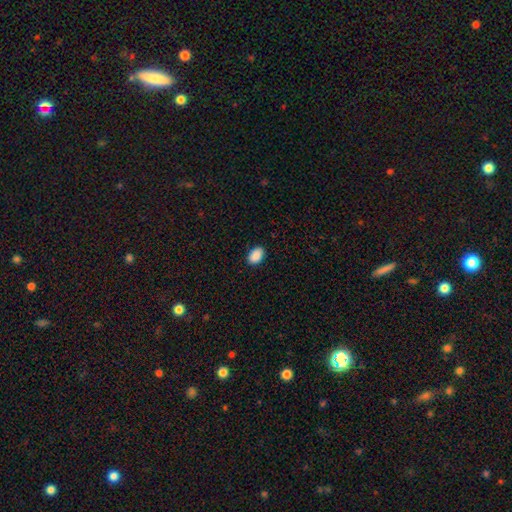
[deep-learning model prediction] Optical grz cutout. It shows a smooth galaxy with no disk features (90%) that is in between round and cigar-shaped (87%). Merging: none (88%).